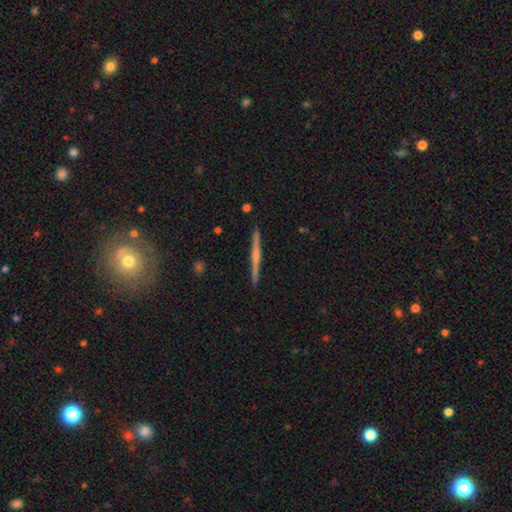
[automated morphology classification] smooth-or-featured: featured or disk: 66% | smooth: 22% | star or artifact: 12%
  disk-edge-on: yes: 94% | no: 6%
    edge-on-bulge: rounded: 56% | none: 34% | boxy: 10%
  merging: none: 89% | minor disturbance: 7% | major disturbance: 2% | merger: 2%